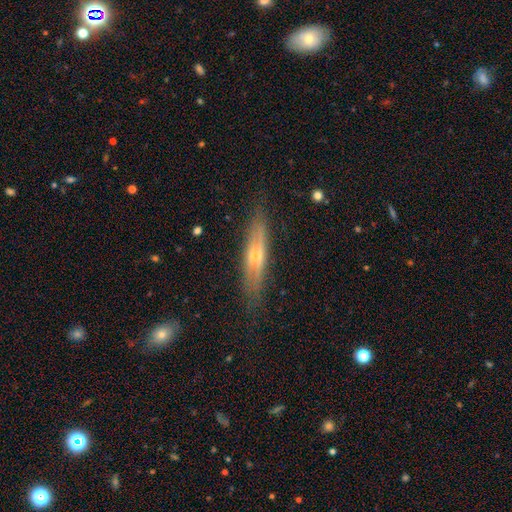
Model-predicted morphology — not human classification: smooth_or_featured: featured or disk (p=0.66) [alt: smooth p=0.27]
disk_edge_on: yes (p=0.90) [alt: no p=0.10]
edge_on_bulge: rounded (p=0.78) [alt: none p=0.16]
merging: none (p=0.83) [alt: minor disturbance p=0.13]